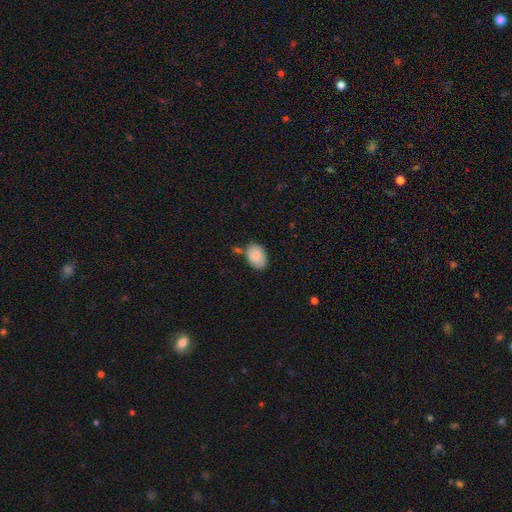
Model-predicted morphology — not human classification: The model was most divided on "merging": none: 71%, minor disturbance: 18%, merger: 7%, major disturbance: 4%. More confident: how rounded — in between (87%); smooth or featured — smooth (87%).